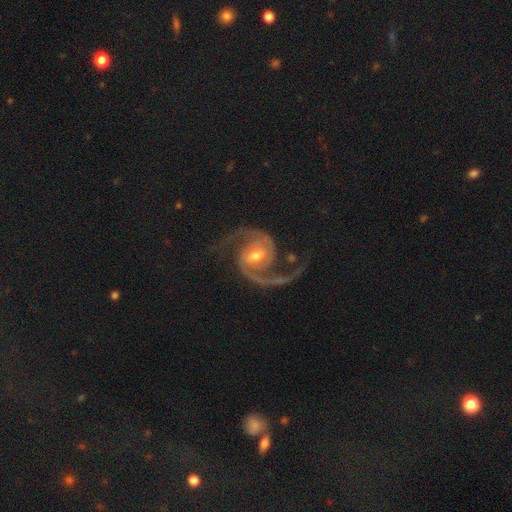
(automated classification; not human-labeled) This appears to be a featured or disk galaxy (94%) with a weak bar (42%), 2 (94%) medium (54%) spiral arms (98%) and a moderate central bulge (72%). Merging: none (75%).